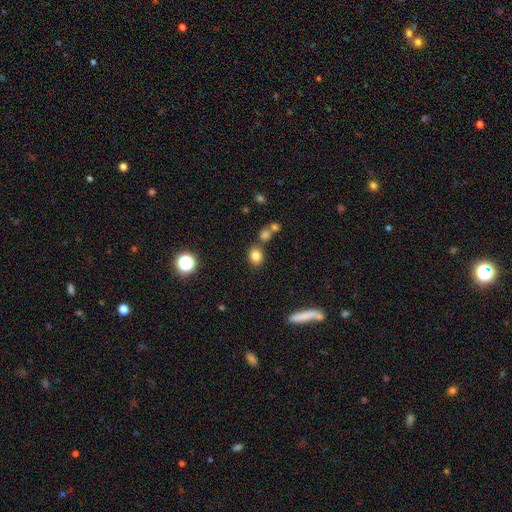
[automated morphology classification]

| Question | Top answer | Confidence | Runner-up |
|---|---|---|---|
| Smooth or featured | smooth | 81% | star or artifact (12%) |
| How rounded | in between | 52% | round (47%) |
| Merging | none | 73% | merger (13%) |